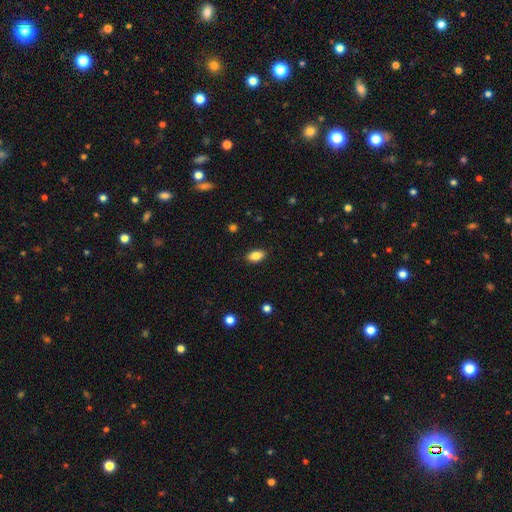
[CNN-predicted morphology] This appears to be a smooth galaxy with no disk features (84%) that is in between round and cigar-shaped (91%). Merging: none (88%).